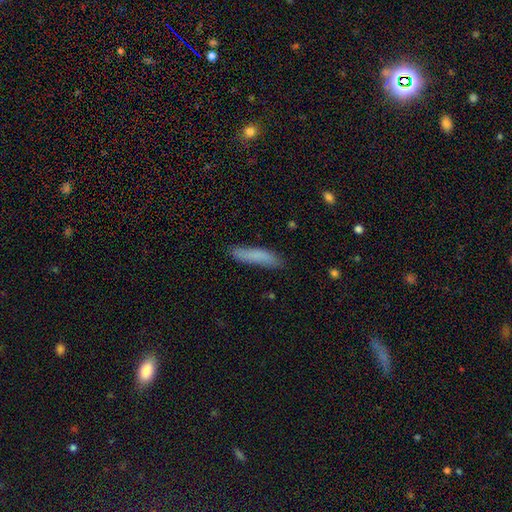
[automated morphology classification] Smooth or featured?
  - smooth: 82% *
  - featured or disk: 12%
  - star or artifact: 7%
How rounded?
  - cigar-shaped: 85% *
  - in between: 14%
  - round: 1%
Merging?
  - none: 82% *
  - minor disturbance: 14%
  - major disturbance: 2%
  - merger: 2%